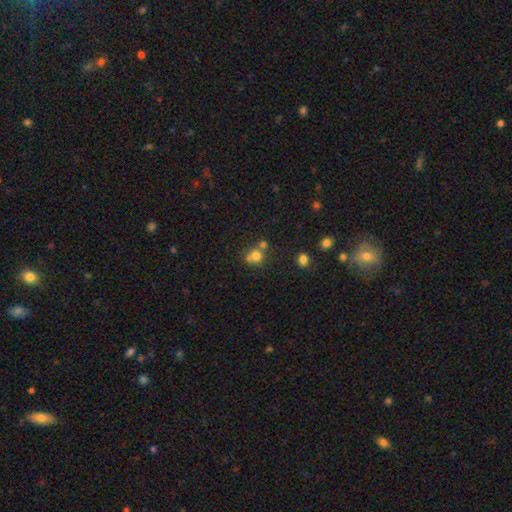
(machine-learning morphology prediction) Overall: smooth (74%). How rounded: round (80%). Merging: none (44%; merger 41%).